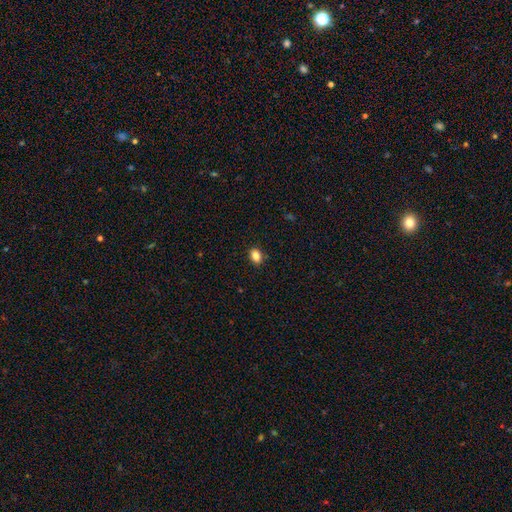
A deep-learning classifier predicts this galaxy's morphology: type=smooth (86%); roundness=in between (76%); merging=none (88%).